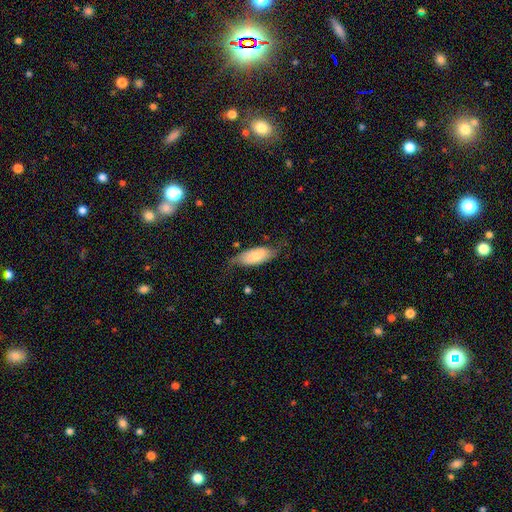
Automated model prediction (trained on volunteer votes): Smooth or featured? Predicted: smooth (p=0.58). How rounded? Predicted: in between (p=0.85). Merging? Predicted: none (p=0.55).